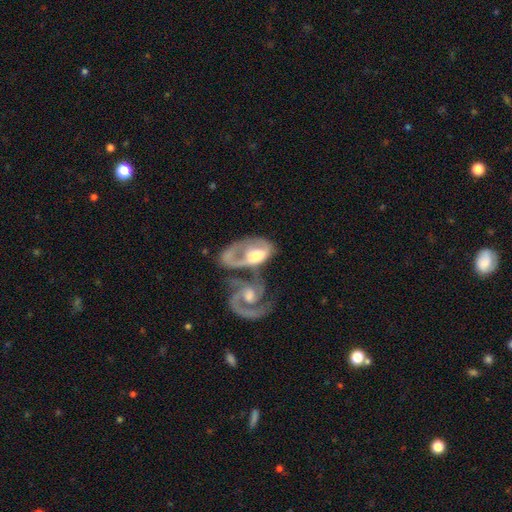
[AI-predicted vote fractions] Smooth or featured?
  - featured or disk: 68% *
  - smooth: 26%
  - star or artifact: 6%
Edge-on disk?
  - no: 94% *
  - yes: 6%
Bar?
  - no: 65% *
  - weak: 27%
  - strong: 9%
Spiral arms?
  - yes: 76% *
  - no: 24%
Bulge size?
  - moderate: 53% *
  - large: 29%
  - small: 11%
  - none: 5%
  - dominant: 2%
Merging?
  - merger: 64% *
  - major disturbance: 15%
  - none: 12%
  - minor disturbance: 9%